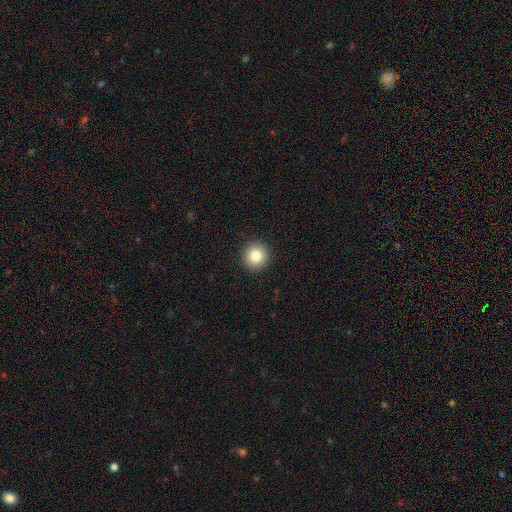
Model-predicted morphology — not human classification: Q: Smooth or featured?
A: smooth (83%); runner-up: star or artifact (10%)
Q: How rounded?
A: round (94%); runner-up: in between (5%)
Q: Merging?
A: none (93%); runner-up: minor disturbance (4%)